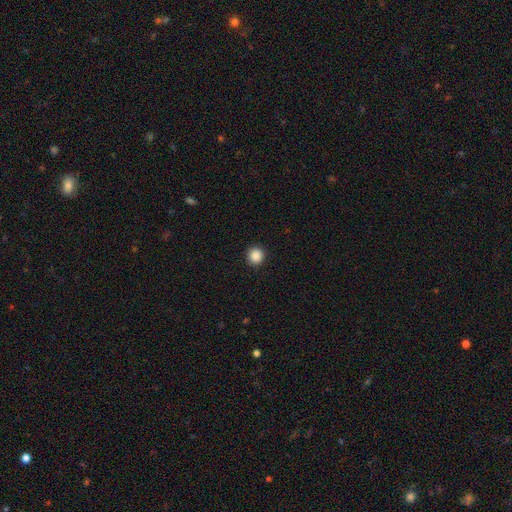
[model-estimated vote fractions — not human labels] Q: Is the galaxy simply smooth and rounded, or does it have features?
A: smooth — 88%.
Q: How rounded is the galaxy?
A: round — 94%.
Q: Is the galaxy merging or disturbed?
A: none — 93%.